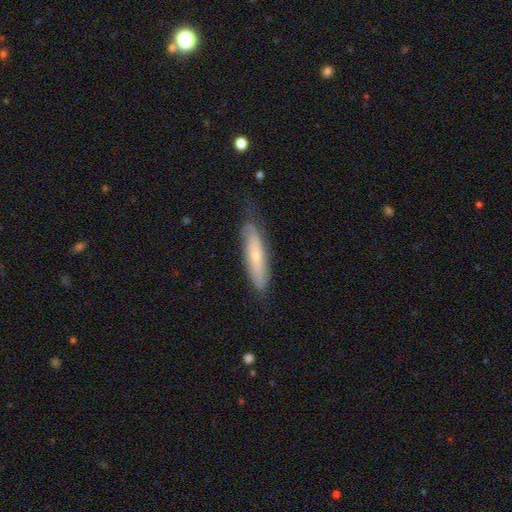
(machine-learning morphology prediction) Smooth or featured?
  - featured or disk: 48% *
  - smooth: 46%
  - star or artifact: 7%
Merging?
  - none: 66% *
  - minor disturbance: 25%
  - major disturbance: 8%
  - merger: 1%